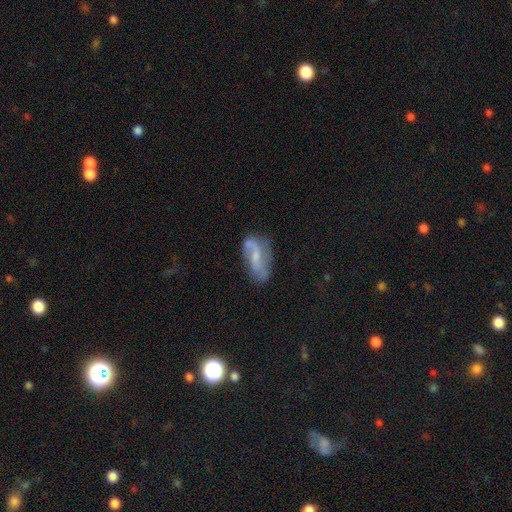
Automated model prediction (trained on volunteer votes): The model was most divided on "bar": weak: 45%, no: 34%, strong: 22%. More confident: edge-on disk — no (93%); spiral arms — yes (84%); spiral arm count — 2 (80%); smooth or featured — featured or disk (66%); merging — none (59%); spiral winding — loose (58%); bulge size — small (50%).